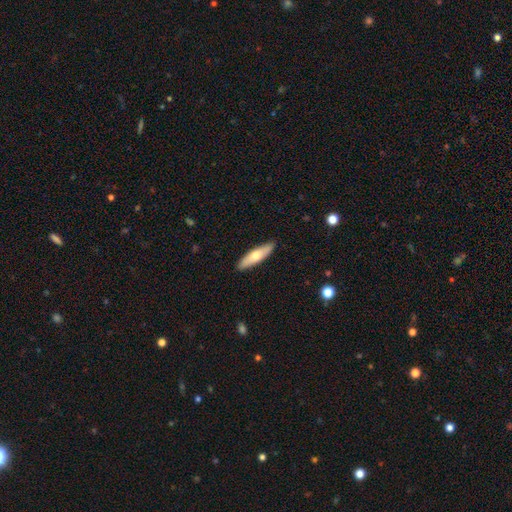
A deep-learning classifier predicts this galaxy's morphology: This appears to be a smooth galaxy with no disk features (63%) that is cigar-shaped (68%). Merging: none (89%).